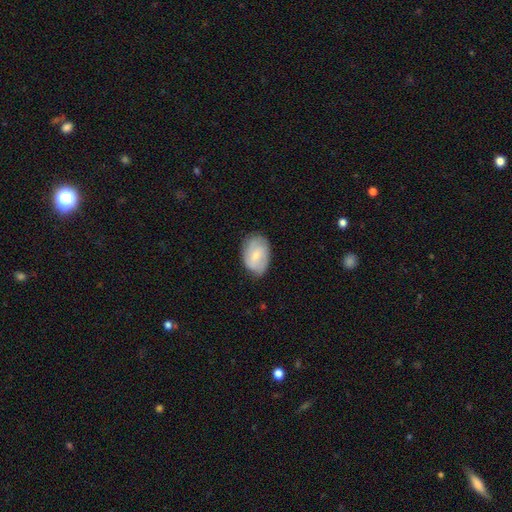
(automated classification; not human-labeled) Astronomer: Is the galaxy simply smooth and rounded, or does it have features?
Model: smooth — 60%.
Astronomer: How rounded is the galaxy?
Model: in between — 83%.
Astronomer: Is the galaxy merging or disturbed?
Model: none — 73%.